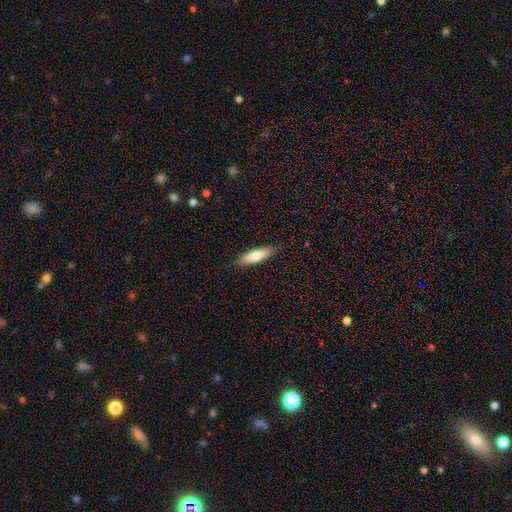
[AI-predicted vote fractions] Morphology: type=smooth (74%); roundness=cigar-shaped (56%); merging=none (88%).